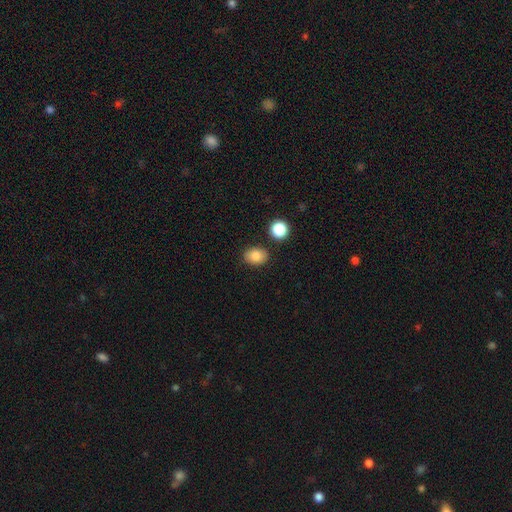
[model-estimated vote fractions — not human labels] smooth 84%, star or artifact 9%, featured or disk 7%. Down the decision tree: how rounded — in between (62%); merging — none (83%).